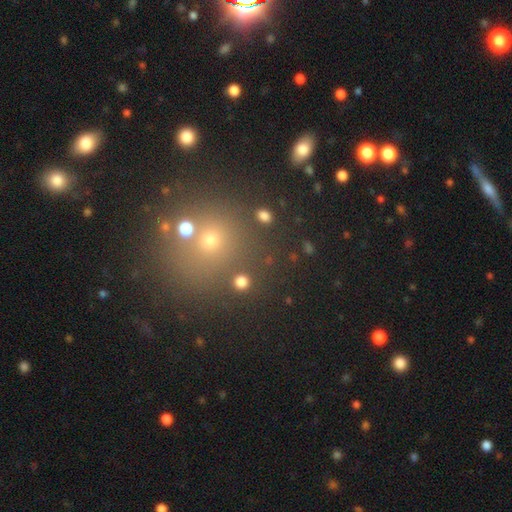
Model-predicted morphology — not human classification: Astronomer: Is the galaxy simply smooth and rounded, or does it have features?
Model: smooth — 46% (runner-up: star or artifact, 44%).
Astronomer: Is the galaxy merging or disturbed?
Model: none — 76%.